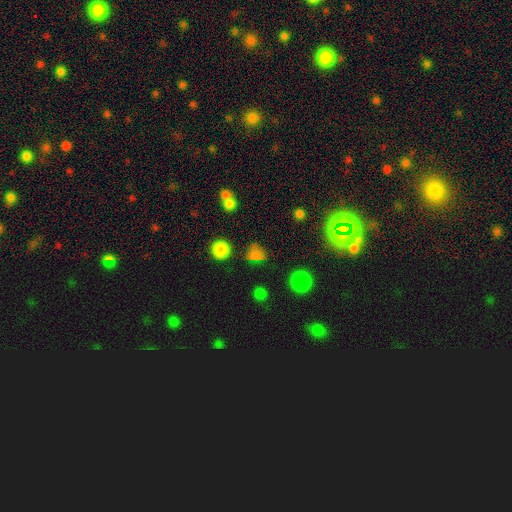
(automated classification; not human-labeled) This appears to be a smooth galaxy with no disk features (66%) that is round (64%). Merging: none (69%).